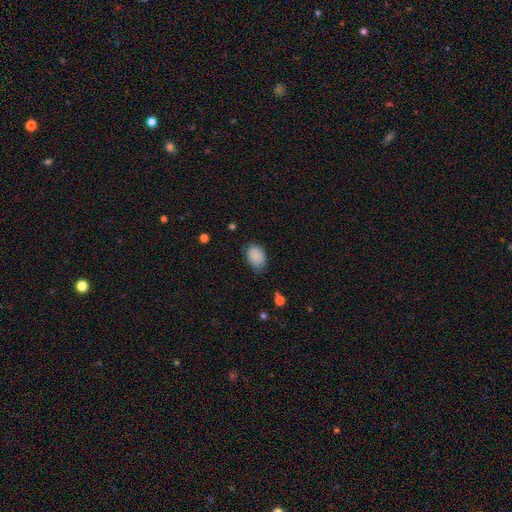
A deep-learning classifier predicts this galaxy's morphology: smooth 87%, star or artifact 8%, featured or disk 5%. Down the decision tree: how rounded — in between (83%); merging — none (66%).